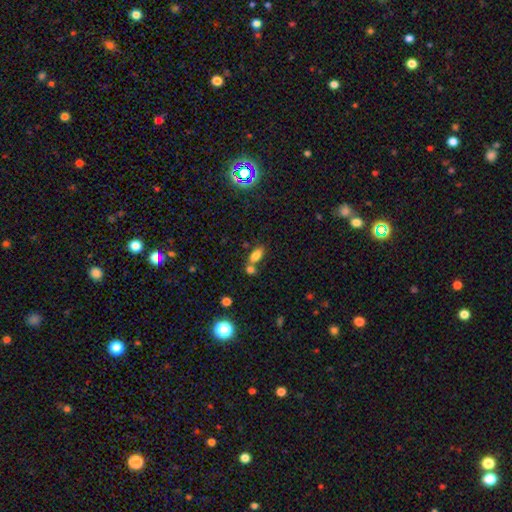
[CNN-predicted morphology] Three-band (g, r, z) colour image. It shows a smooth galaxy with no disk features (78%) that is in between round and cigar-shaped (85%). Merging: none (51%).